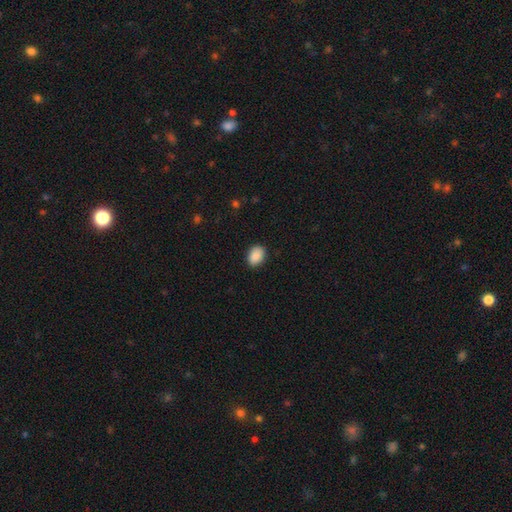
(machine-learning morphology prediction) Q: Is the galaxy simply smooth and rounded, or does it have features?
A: smooth — 89%.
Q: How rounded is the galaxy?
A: in between — 76%.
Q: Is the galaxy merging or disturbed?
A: none — 88%.